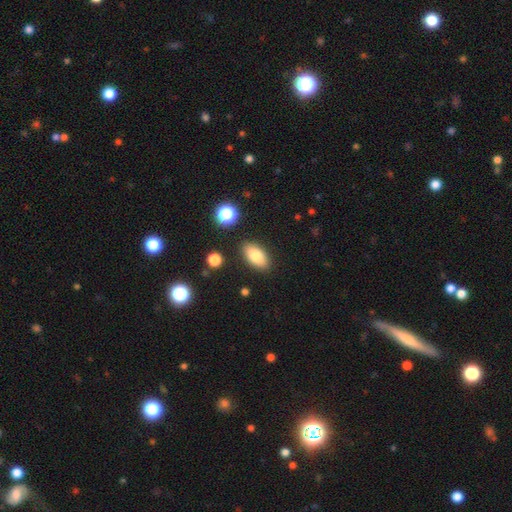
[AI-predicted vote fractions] This appears to be a smooth galaxy with no disk features (79%) that is in between round and cigar-shaped (90%). Merging: none (87%).